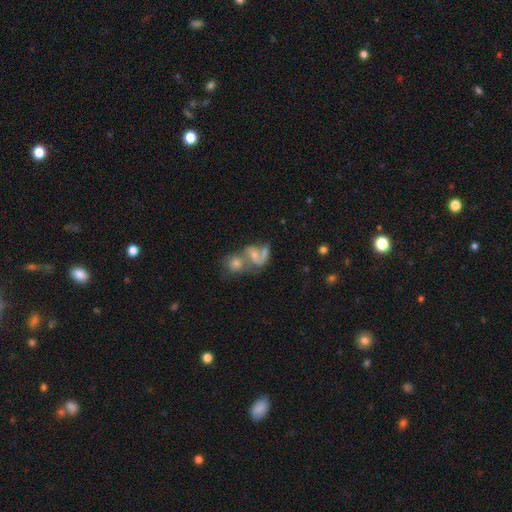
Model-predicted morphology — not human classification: type=featured or disk (58%); edge-on=no (97%); bar=no (51%); spiral arms=yes (79%); bulge=small (38%); merging=merger (66%).